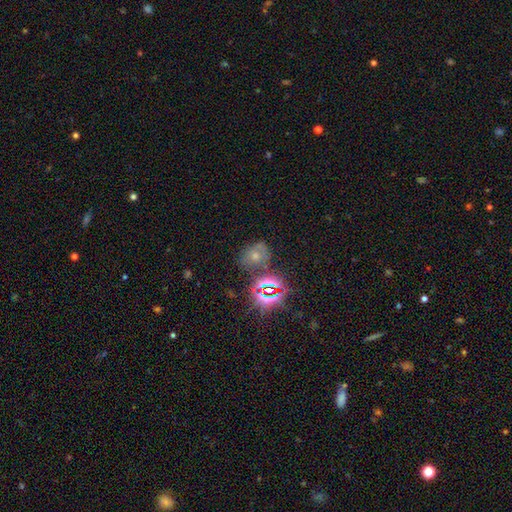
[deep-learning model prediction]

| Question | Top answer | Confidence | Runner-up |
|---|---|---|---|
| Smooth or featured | smooth | 48% | star or artifact (33%) |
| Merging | none | 57% | minor disturbance (22%) |